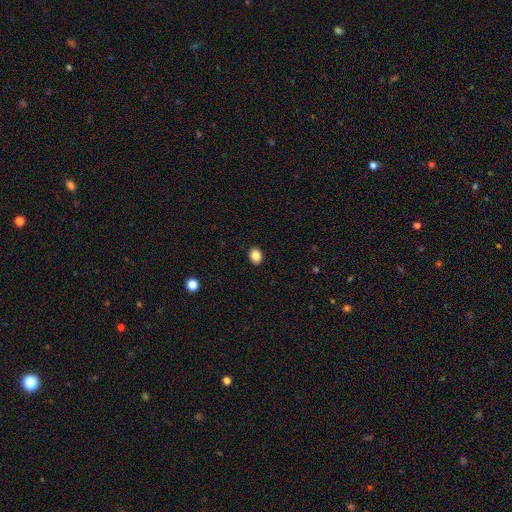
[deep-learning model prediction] Overall: smooth (87%). How rounded: in between (61%; round 38%). Merging: none (91%).